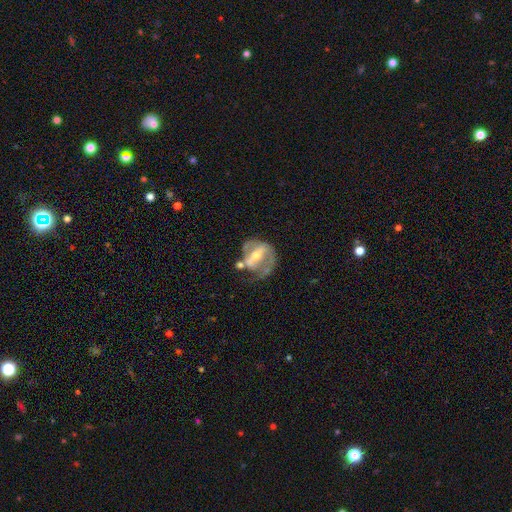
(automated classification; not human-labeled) Overall: featured or disk (71%). Edge-on disk: no (94%). Bar: strong (48%; weak 31%). Spiral arms: yes (56%; no 44%). Bulge size: moderate (55%; small 35%). Merging: none (39%; major disturbance 24%).